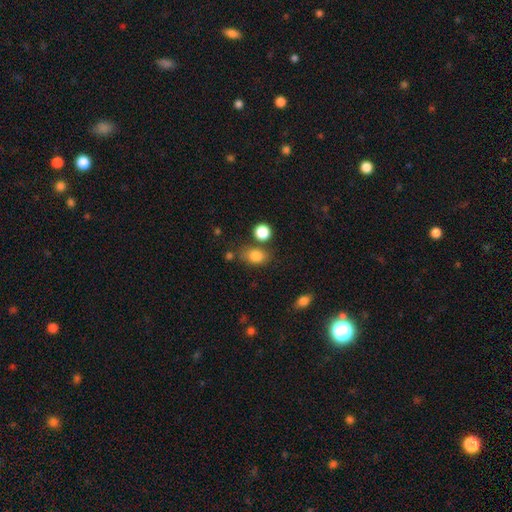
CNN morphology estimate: This is clearly a smooth galaxy (82%). How rounded: likely in between (71%). Merging: likely none (68%).